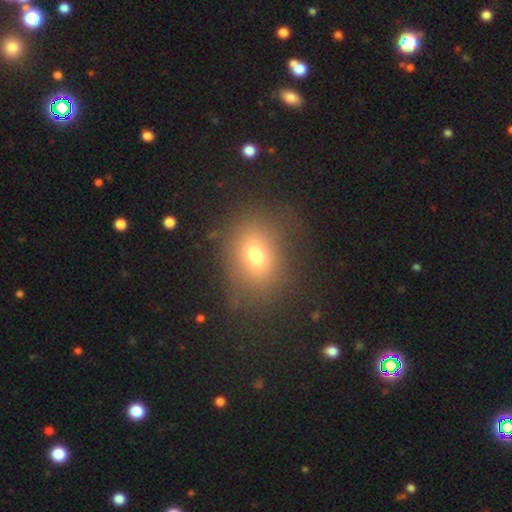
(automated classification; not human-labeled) Smooth or featured? Predicted: smooth (p=0.70). How rounded? Predicted: in between (p=0.53). Merging? Predicted: none (p=0.74).